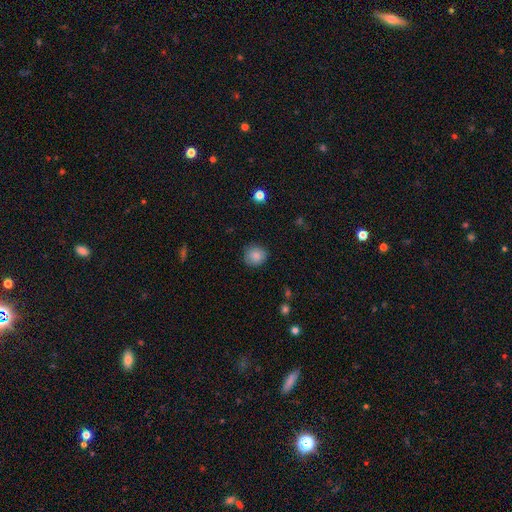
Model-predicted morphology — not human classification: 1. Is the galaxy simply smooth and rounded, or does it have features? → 86% smooth, 9% star or artifact, 5% featured or disk.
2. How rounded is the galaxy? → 87% round, 12% in between, 1% cigar-shaped.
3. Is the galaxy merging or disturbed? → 86% none, 11% minor disturbance, 3% major disturbance, 1% merger.